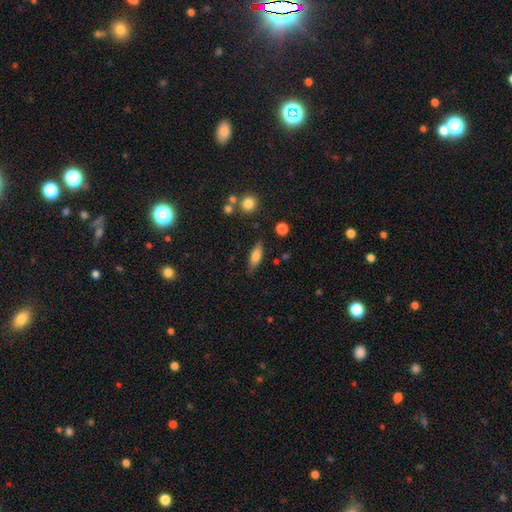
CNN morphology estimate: This appears to be a smooth galaxy with no disk features (76%) that is in between round and cigar-shaped (66%). Merging: none (79%).